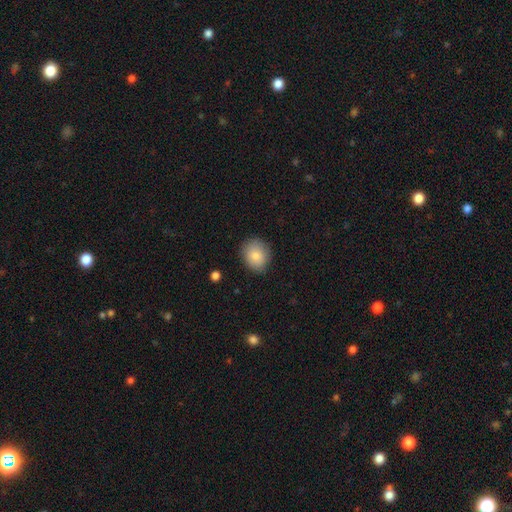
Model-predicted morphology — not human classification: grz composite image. It shows a smooth galaxy with no disk features (83%) that is round (66%). Merging: none (83%).